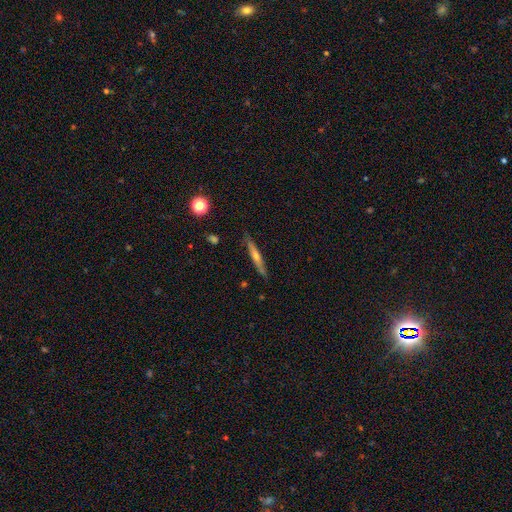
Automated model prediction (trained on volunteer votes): Smooth or featured? Predicted: featured or disk (p=0.59). Edge-on disk? Predicted: yes (p=0.95). Edge-on bulge? Predicted: rounded (p=0.75). Merging? Predicted: none (p=0.87).